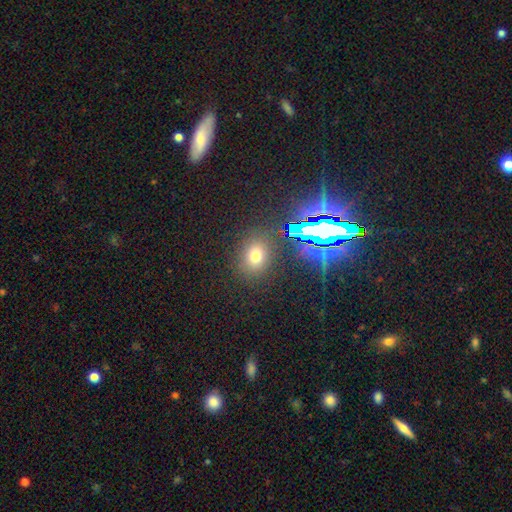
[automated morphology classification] smooth 65%, star or artifact 26%, featured or disk 9%. Down the decision tree: how rounded — round (54%); merging — none (85%).